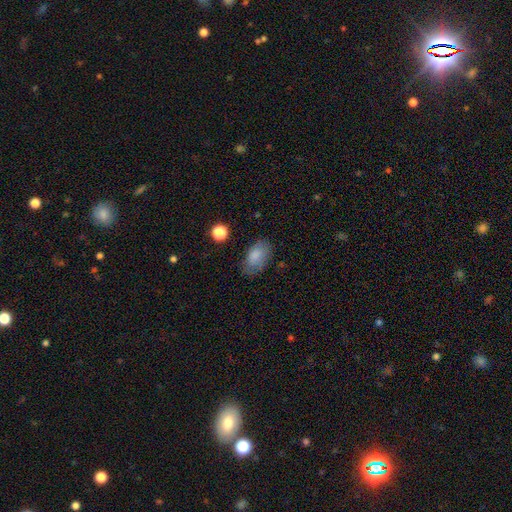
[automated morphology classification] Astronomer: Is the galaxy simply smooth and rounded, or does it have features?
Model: smooth — 82%.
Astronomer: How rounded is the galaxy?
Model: in between — 92%.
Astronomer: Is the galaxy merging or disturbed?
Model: none — 71%.